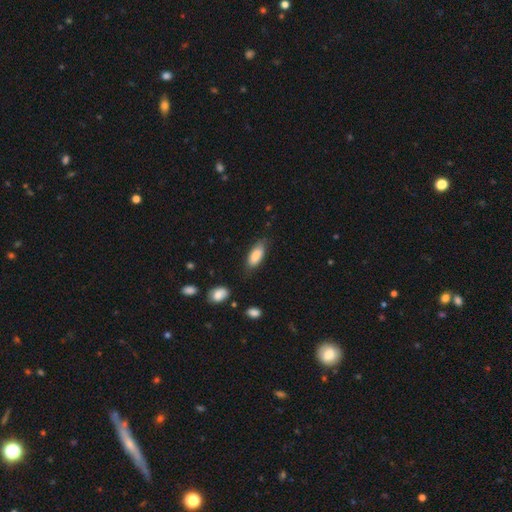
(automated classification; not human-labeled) Q: Smooth or featured?
A: smooth (85%); runner-up: featured or disk (9%)
Q: How rounded?
A: in between (83%); runner-up: cigar-shaped (15%)
Q: Merging?
A: none (71%); runner-up: minor disturbance (22%)